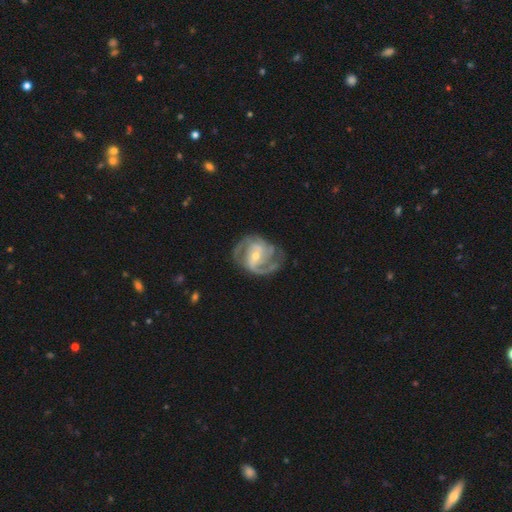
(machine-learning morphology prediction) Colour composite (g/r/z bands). It shows a featured or disk galaxy (90%) with a weak bar (42%), 2 (58%) medium (52%) spiral arms (97%) and a small central bulge (55%). Merging: none (71%).